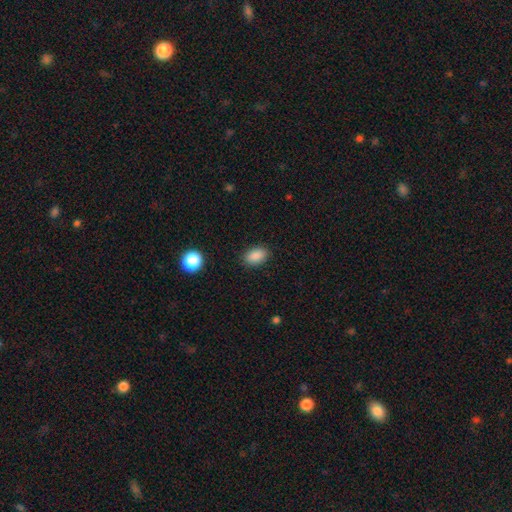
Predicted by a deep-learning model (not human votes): Smooth or featured: smooth — 88% (star or artifact — 9%)
How rounded: in between — 86% (round — 12%)
Merging: none — 87% (minor disturbance — 9%)